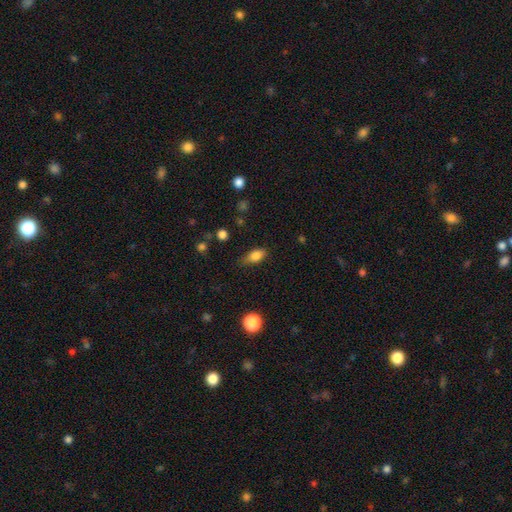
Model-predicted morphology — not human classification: Smooth or featured? smooth (82%)
How rounded? in between (83%)
Merging? none (70%)